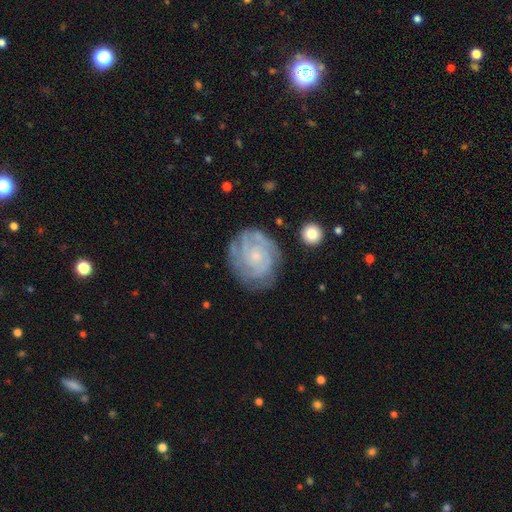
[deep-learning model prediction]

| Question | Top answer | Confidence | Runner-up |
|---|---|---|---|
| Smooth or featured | featured or disk | 80% | smooth (14%) |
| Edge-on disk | no | 98% | yes (2%) |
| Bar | no | 76% | weak (21%) |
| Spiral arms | yes | 94% | no (6%) |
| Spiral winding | tight | 71% | medium (24%) |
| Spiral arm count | can't tell | 36% | 3 (22%) |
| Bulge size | small | 70% | moderate (19%) |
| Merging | none | 74% | minor disturbance (18%) |